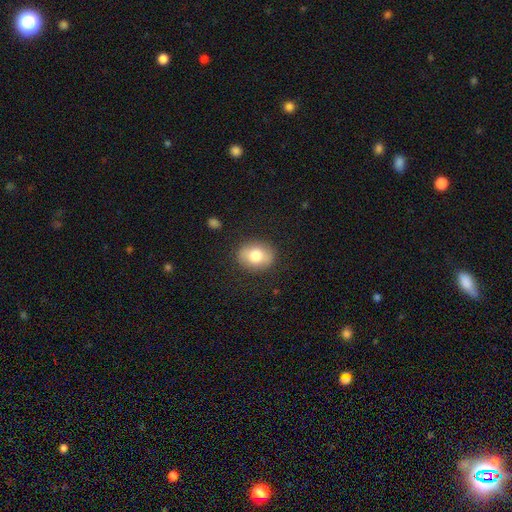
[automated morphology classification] A smooth galaxy with no disk features (74%) that is in between round and cigar-shaped (51%). Merging: none (86%).